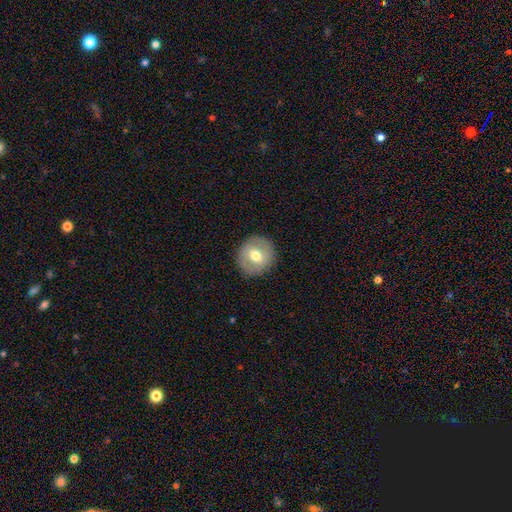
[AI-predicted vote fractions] Overall: smooth (55%; featured or disk 38%). How rounded: round (86%). Merging: none (88%).